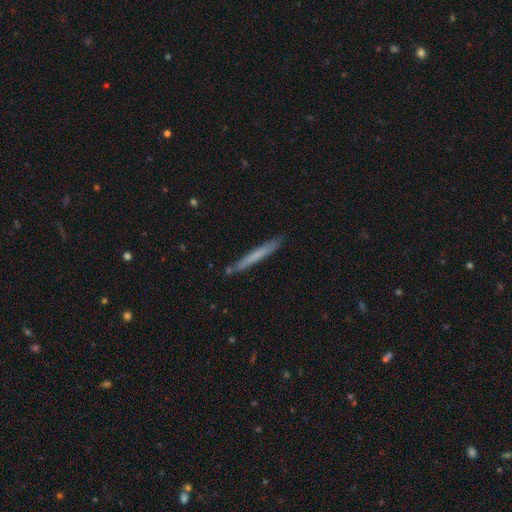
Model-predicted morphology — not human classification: smooth-or-featured: smooth: 63% | featured or disk: 31% | star or artifact: 6%
  how-rounded: cigar-shaped: 97% | in between: 2% | round: 1%
  merging: none: 86% | minor disturbance: 10% | merger: 2% | major disturbance: 2%